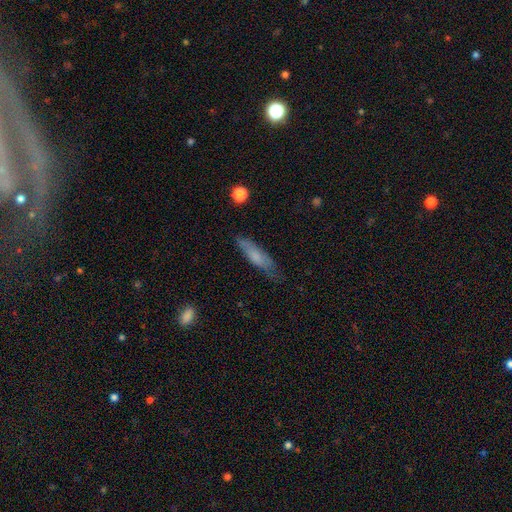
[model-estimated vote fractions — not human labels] A smooth galaxy with no disk features (64%) that is cigar-shaped (67%). Merging: none (66%).